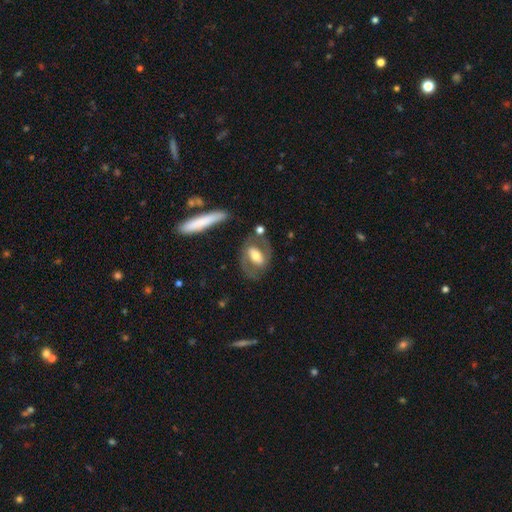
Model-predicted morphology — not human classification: Smooth or featured: featured or disk — 70% (smooth — 24%)
Edge-on disk: no — 93% (yes — 7%)
Bar: strong — 41% (weak — 32%)
Spiral arms: yes — 77% (no — 23%)
Spiral winding: medium — 52% (tight — 27%)
Spiral arm count: 2 — 86% (can't tell — 8%)
Bulge size: moderate — 60% (small — 20%)
Merging: none — 67% (minor disturbance — 15%)